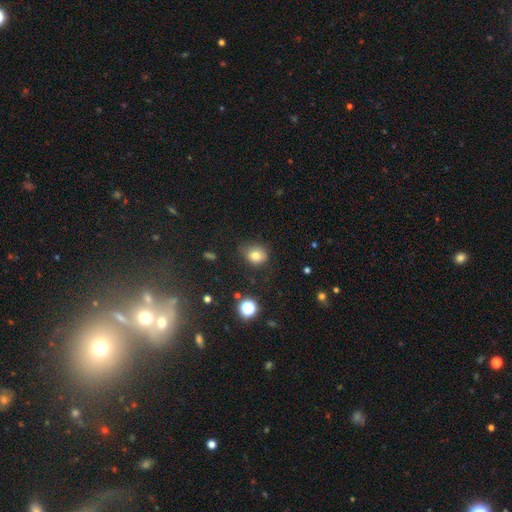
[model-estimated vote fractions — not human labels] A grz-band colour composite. It shows a smooth galaxy with no disk features (78%) that is round (65%). Merging: none (66%).